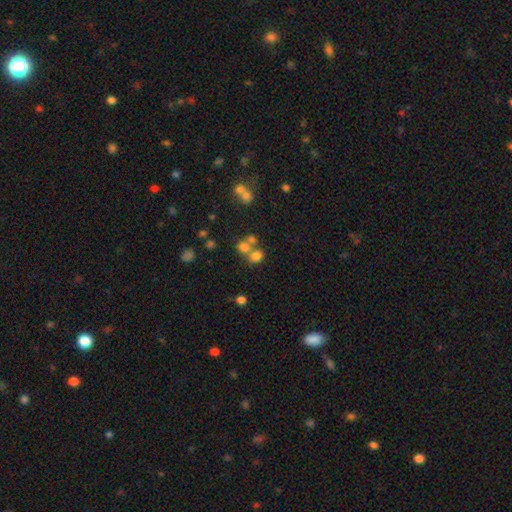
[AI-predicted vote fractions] Morphology: type=smooth (69%); roundness=round (58%); merging=merger (48%).